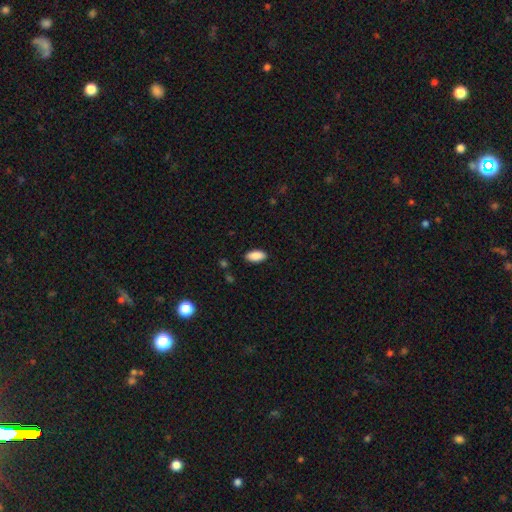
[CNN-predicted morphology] Smooth or featured?
  - smooth: 89% *
  - star or artifact: 7%
  - featured or disk: 4%
How rounded?
  - in between: 93% *
  - cigar-shaped: 5%
  - round: 2%
Merging?
  - none: 88% *
  - minor disturbance: 8%
  - major disturbance: 2%
  - merger: 1%